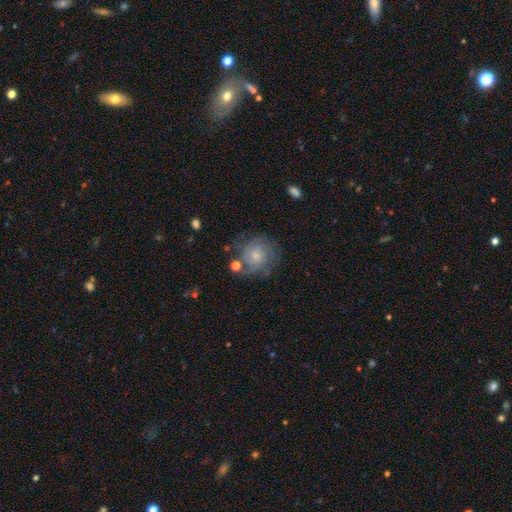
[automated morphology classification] This is likely a featured or disk galaxy (64%). It is clearly not viewed edge-on (98%). Bar: likely no (80%). Spiral arm pattern: clearly yes (88%). Spiral arm count: marginally can't tell (39%). Spiral winding: likely tight (63%). Central bulge: likely small (67%). Merging: likely none (65%).